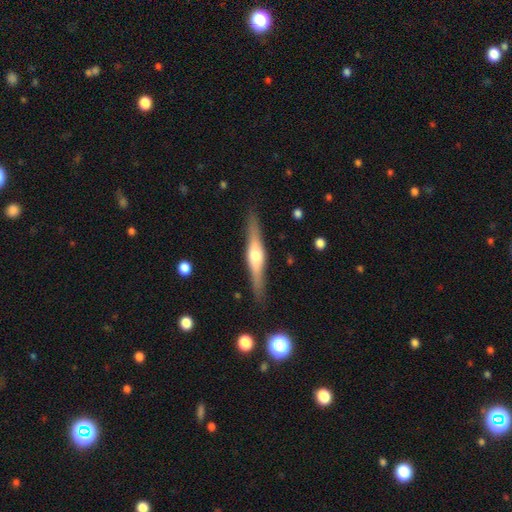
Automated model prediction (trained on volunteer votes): This is likely a featured or disk galaxy (68%). It is clearly viewed edge-on (96%). Edge-on bulge: clearly rounded (91%). Merging: clearly none (87%).